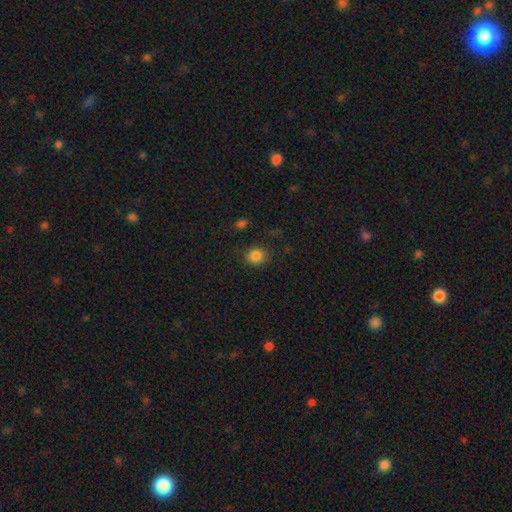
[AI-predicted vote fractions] Overall: smooth (84%). How rounded: round (74%). Merging: none (81%).